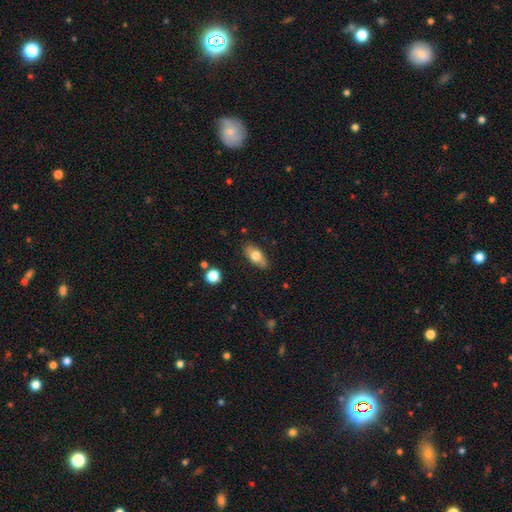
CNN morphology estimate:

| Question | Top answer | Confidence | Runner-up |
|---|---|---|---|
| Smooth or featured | smooth | 69% | featured or disk (24%) |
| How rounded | in between | 87% | cigar-shaped (8%) |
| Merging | none | 83% | minor disturbance (13%) |